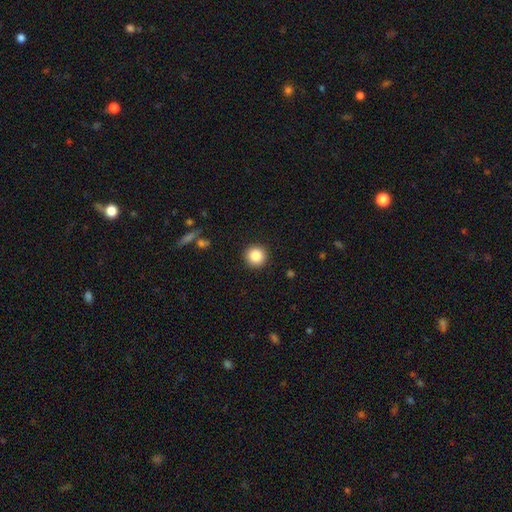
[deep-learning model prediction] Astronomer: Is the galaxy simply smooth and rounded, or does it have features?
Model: smooth — 87%.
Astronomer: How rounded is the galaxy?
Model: round — 96%.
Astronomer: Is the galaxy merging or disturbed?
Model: none — 92%.